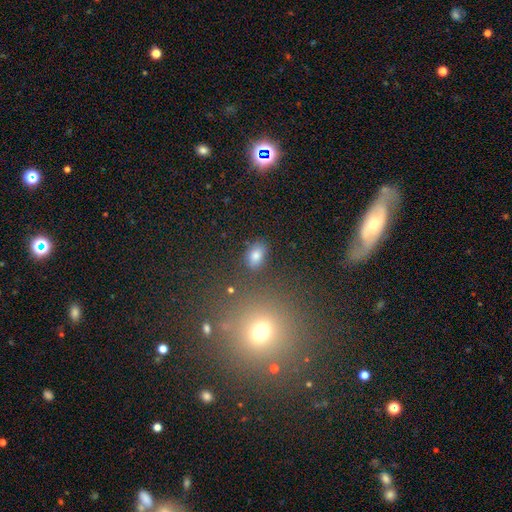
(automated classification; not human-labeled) Smooth or featured? Predicted: smooth (p=0.75). How rounded? Predicted: in between (p=0.80). Merging? Predicted: none (p=0.83).